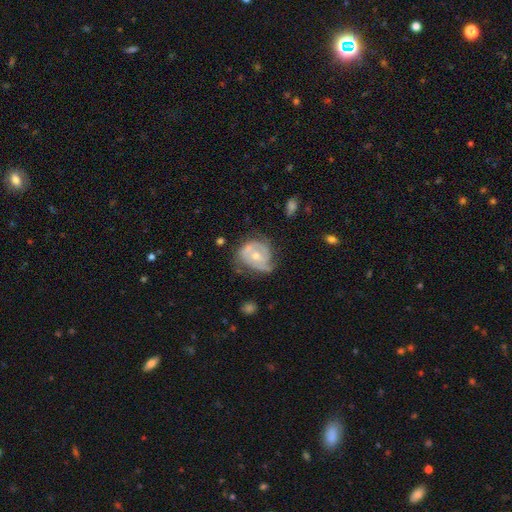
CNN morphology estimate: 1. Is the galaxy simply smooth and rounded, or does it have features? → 72% featured or disk, 22% smooth, 6% star or artifact.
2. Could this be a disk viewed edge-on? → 97% no, 3% yes.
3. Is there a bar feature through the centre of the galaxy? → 64% no, 29% weak, 7% strong.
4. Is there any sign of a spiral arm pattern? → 83% yes, 17% no.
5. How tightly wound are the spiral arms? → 50% tight, 35% medium, 15% loose.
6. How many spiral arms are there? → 40% 2, 26% can't tell, 17% 3, 12% 1, 3% 4, 2% more than 4.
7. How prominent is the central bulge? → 54% moderate, 42% small, 2% large, 1% none, 1% dominant.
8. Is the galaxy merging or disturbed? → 47% none, 31% minor disturbance, 19% major disturbance, 3% merger.